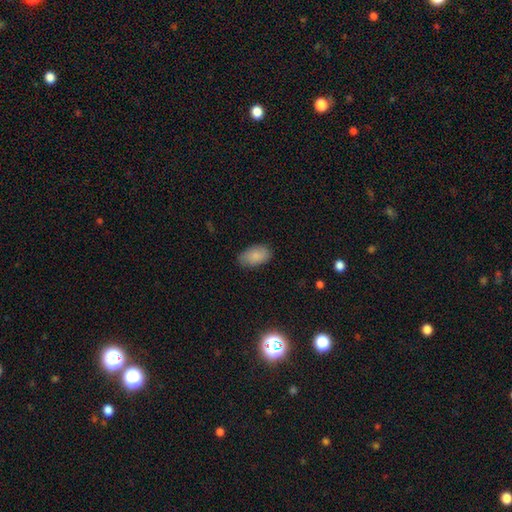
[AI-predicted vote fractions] smooth-or-featured: smooth: 86% | featured or disk: 7% | star or artifact: 7%
  how-rounded: in between: 94% | round: 4% | cigar-shaped: 2%
  merging: none: 81% | minor disturbance: 15% | major disturbance: 3% | merger: 1%